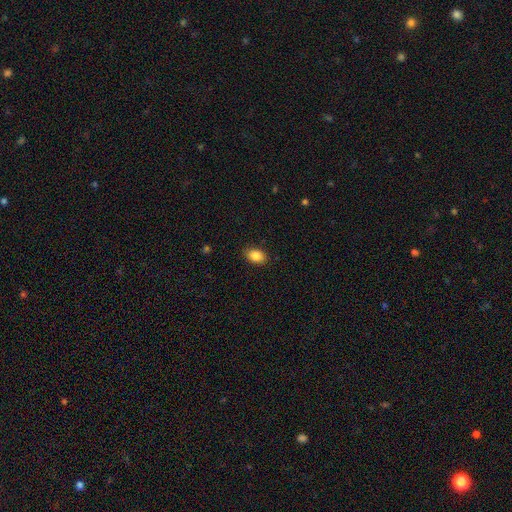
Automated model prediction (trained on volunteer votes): A smooth galaxy with no disk features (87%) that is in between round and cigar-shaped (86%). Merging: none (88%).